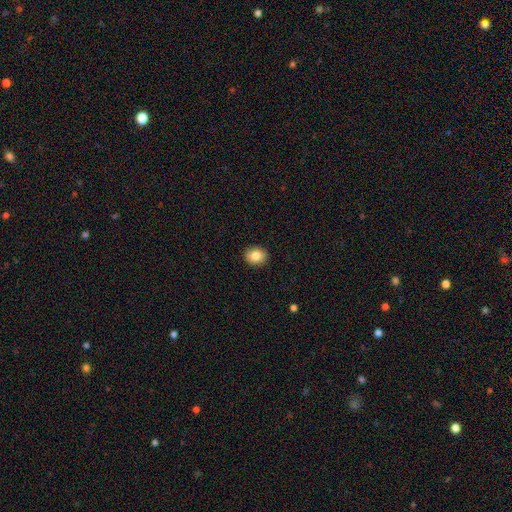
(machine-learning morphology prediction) A smooth galaxy with no disk features (84%) that is round (56%). Merging: none (91%).